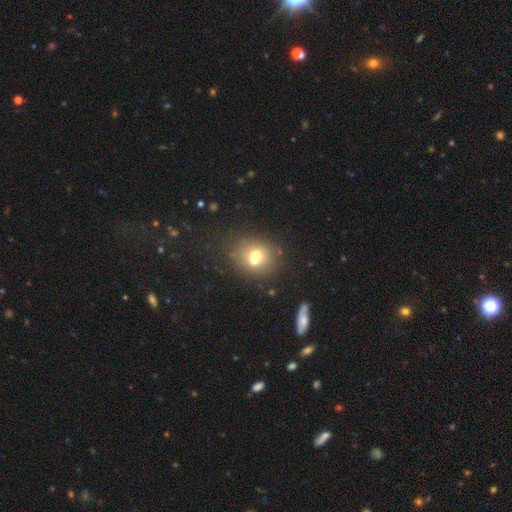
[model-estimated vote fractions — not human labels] A smooth galaxy with no disk features (64%) that is round (73%). Merging: none (47%).